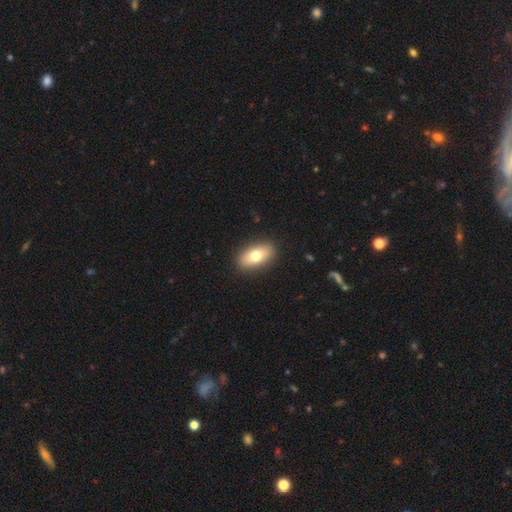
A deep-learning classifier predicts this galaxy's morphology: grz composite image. It shows a smooth galaxy with no disk features (72%) that is in between round and cigar-shaped (88%). Merging: none (89%).